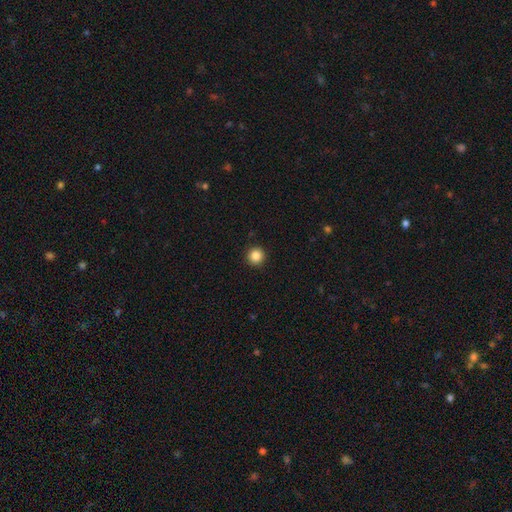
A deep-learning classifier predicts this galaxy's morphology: smooth-or-featured: smooth: 86% | star or artifact: 10% | featured or disk: 4%
  how-rounded: round: 96% | in between: 3% | cigar-shaped: 1%
  merging: none: 93% | minor disturbance: 4% | major disturbance: 2% | merger: 1%